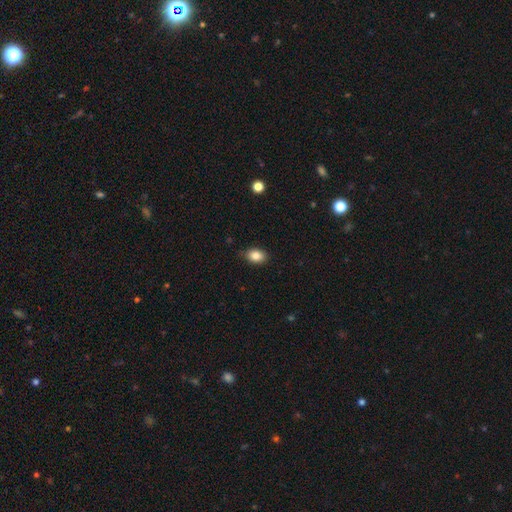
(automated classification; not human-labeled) A smooth galaxy with no disk features (85%) that is in between round and cigar-shaped (78%).

Vote fractions:
- Smooth or featured? smooth: 85% / star or artifact: 9% / featured or disk: 6%
- How rounded? in between: 78% / round: 21% / cigar-shaped: 1%
- Merging? none: 83% / minor disturbance: 14% / major disturbance: 2% / merger: 1%